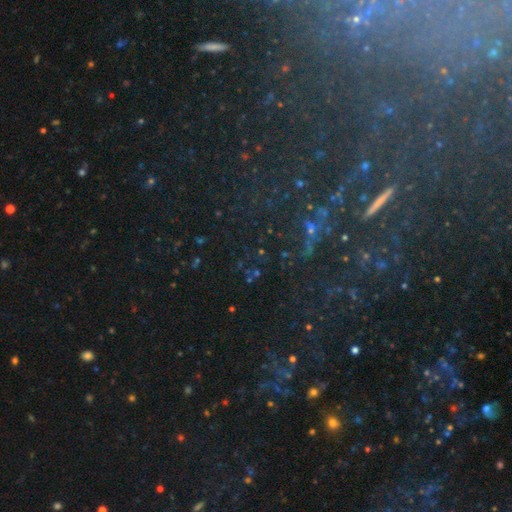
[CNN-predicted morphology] The model was most divided on "smooth or featured": star or artifact: 75%, featured or disk: 14%, smooth: 11%.